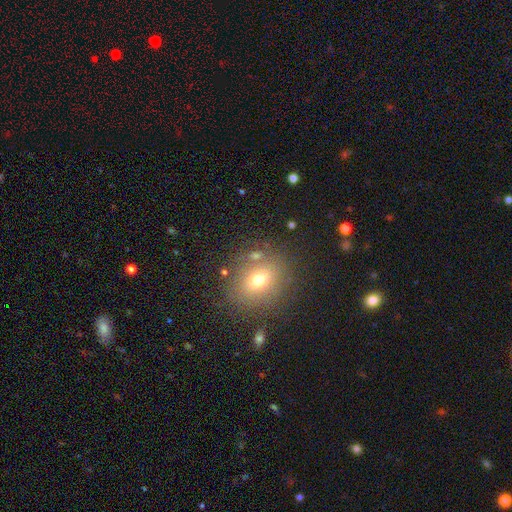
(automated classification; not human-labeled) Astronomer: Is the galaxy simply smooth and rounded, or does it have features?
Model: smooth — 66%.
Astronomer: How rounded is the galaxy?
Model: round — 56% (runner-up: in between, 42%).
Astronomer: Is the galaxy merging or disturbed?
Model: none — 79%.